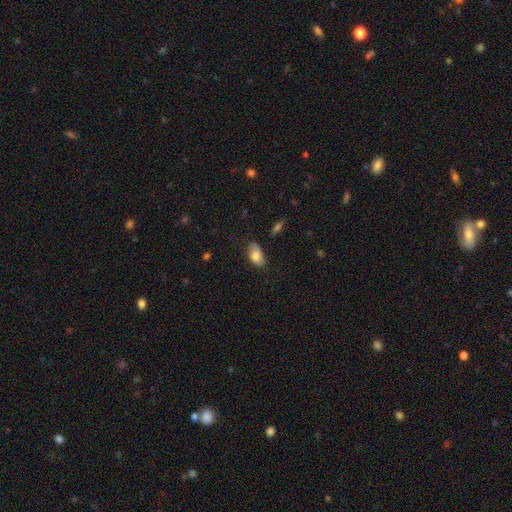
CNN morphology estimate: Smooth or featured: smooth — 81% (featured or disk — 12%)
How rounded: in between — 93% (round — 4%)
Merging: none — 72% (minor disturbance — 22%)